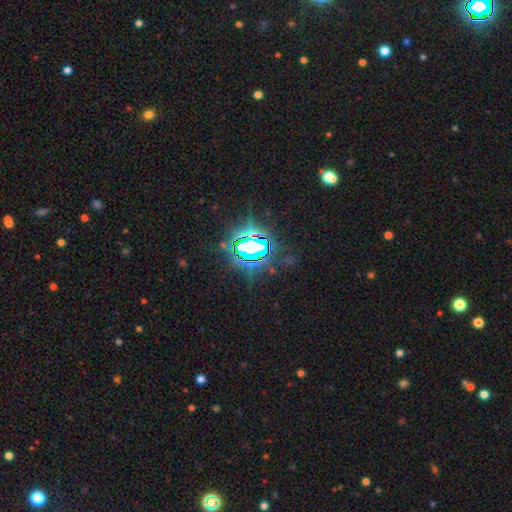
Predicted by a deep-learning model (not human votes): Morphology: type=star or artifact (82%).